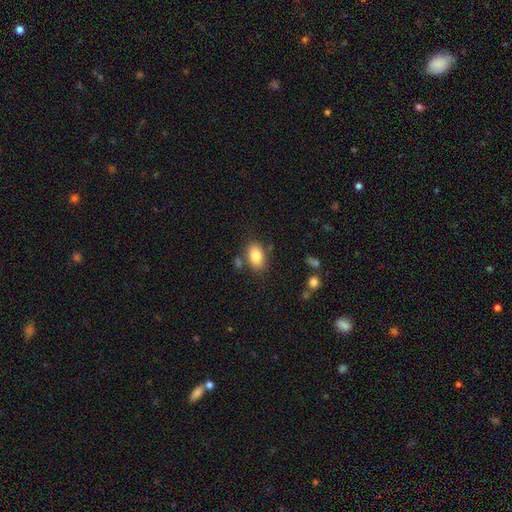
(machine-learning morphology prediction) smooth-or-featured: smooth: 83% | featured or disk: 9% | star or artifact: 8%
  how-rounded: in between: 88% | round: 11% | cigar-shaped: 1%
  merging: none: 75% | minor disturbance: 14% | merger: 7% | major disturbance: 4%